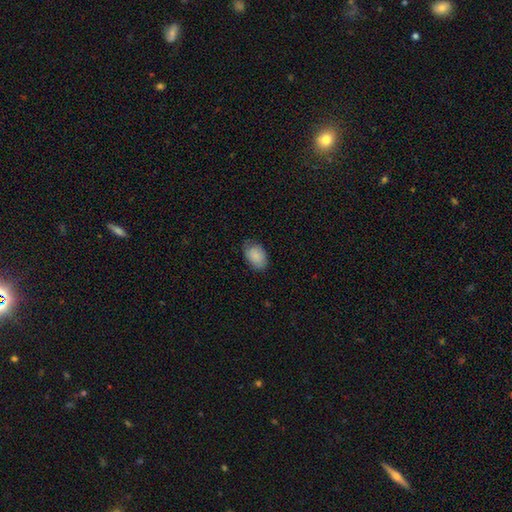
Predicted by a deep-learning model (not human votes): Morphology: type=smooth (86%); roundness=in between (86%); merging=none (69%).